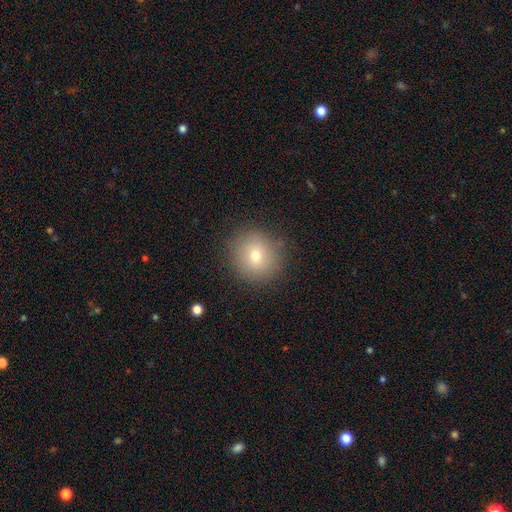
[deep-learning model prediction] Overall: smooth (73%). How rounded: round (91%). Merging: none (87%).